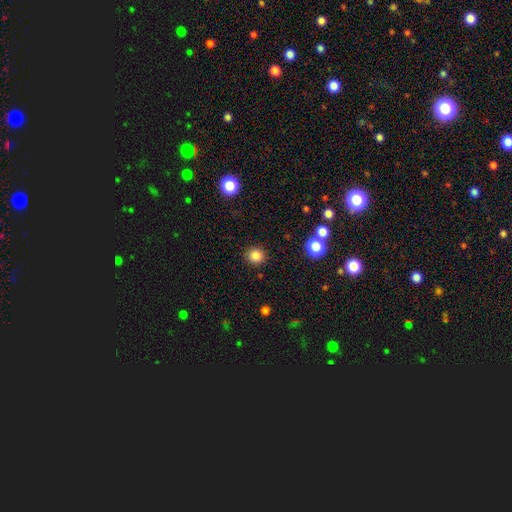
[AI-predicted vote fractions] This is clearly a smooth galaxy (84%). How rounded: clearly round (88%). Merging: clearly none (90%).